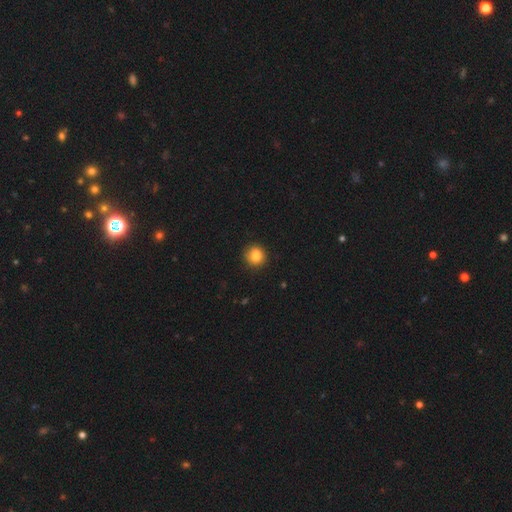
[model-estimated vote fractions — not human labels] Smooth or featured? smooth (84%)
How rounded? round (85%)
Merging? none (87%)